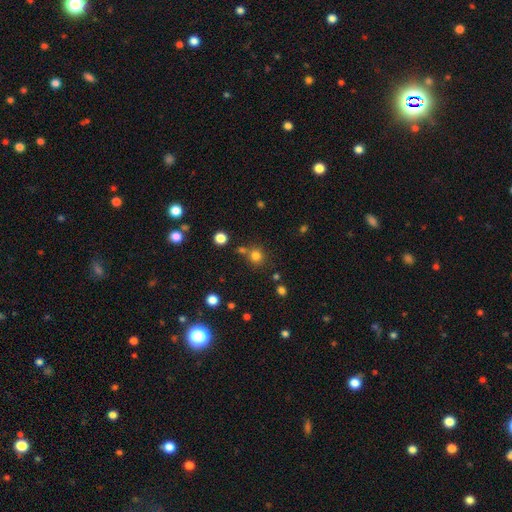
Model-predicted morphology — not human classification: A smooth galaxy with no disk features (78%) that is round (90%).

Vote fractions:
- Smooth or featured? smooth: 78% / star or artifact: 16% / featured or disk: 6%
- How rounded? round: 90% / in between: 9% / cigar-shaped: 1%
- Merging? none: 70% / merger: 17% / minor disturbance: 9% / major disturbance: 4%